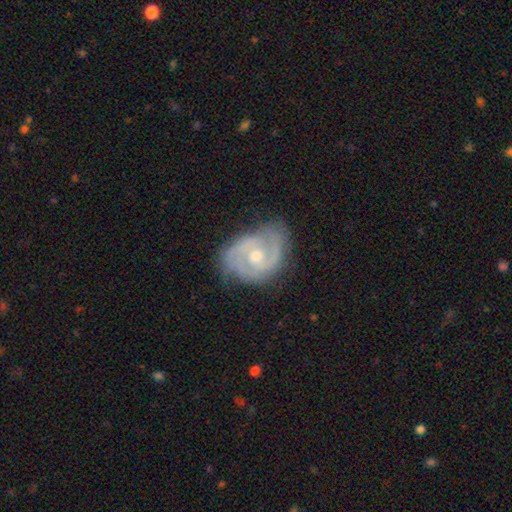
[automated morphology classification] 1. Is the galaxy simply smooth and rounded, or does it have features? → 85% featured or disk, 10% smooth, 5% star or artifact.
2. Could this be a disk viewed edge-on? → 97% no, 3% yes.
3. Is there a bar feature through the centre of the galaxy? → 60% no, 34% weak, 6% strong.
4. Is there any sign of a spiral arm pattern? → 94% yes, 6% no.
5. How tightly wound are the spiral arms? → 49% tight, 41% medium, 10% loose.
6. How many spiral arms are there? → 67% 2, 13% can't tell, 12% 3, 4% 1, 2% 4, 2% more than 4.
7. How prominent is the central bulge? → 67% moderate, 28% small, 3% large, 1% none, 1% dominant.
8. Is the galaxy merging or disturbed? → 67% none, 24% minor disturbance, 8% major disturbance, 1% merger.